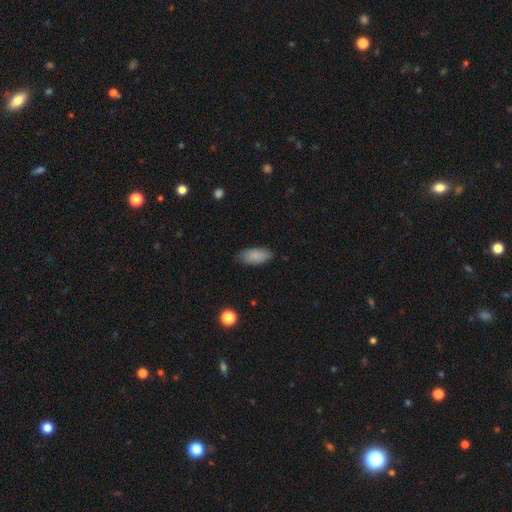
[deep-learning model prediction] Smooth or featured?
  - smooth: 85% *
  - featured or disk: 8%
  - star or artifact: 7%
How rounded?
  - in between: 89% *
  - cigar-shaped: 8%
  - round: 2%
Merging?
  - none: 81% *
  - minor disturbance: 15%
  - major disturbance: 3%
  - merger: 1%